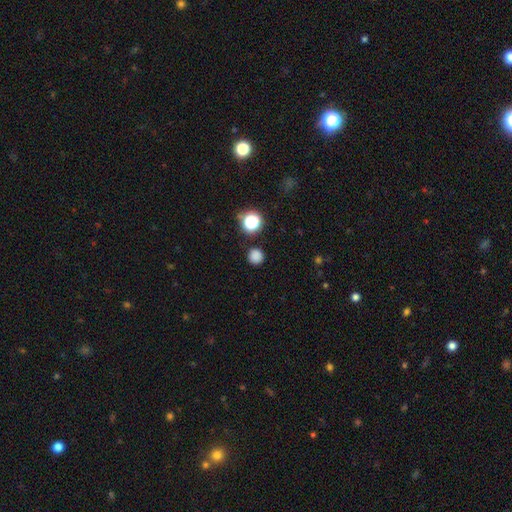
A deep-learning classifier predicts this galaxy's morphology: Smooth or featured? smooth (80%)
How rounded? round (94%)
Merging? none (88%)